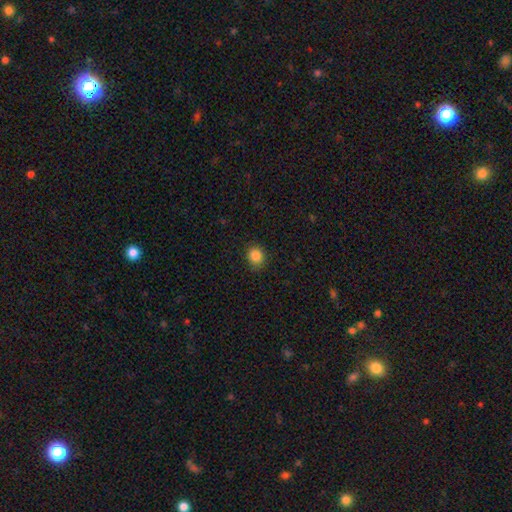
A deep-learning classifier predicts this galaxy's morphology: Smooth or featured? smooth (86%)
How rounded? round (76%)
Merging? none (85%)